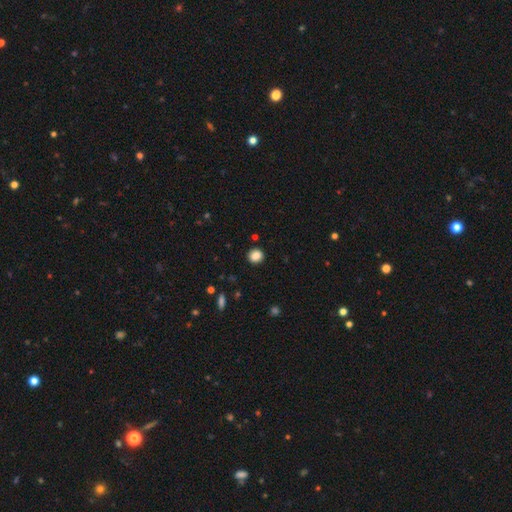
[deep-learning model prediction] smooth-or-featured: smooth: 86% | star or artifact: 10% | featured or disk: 4%
  how-rounded: round: 83% | in between: 16% | cigar-shaped: 1%
  merging: none: 90% | minor disturbance: 6% | major disturbance: 2% | merger: 1%